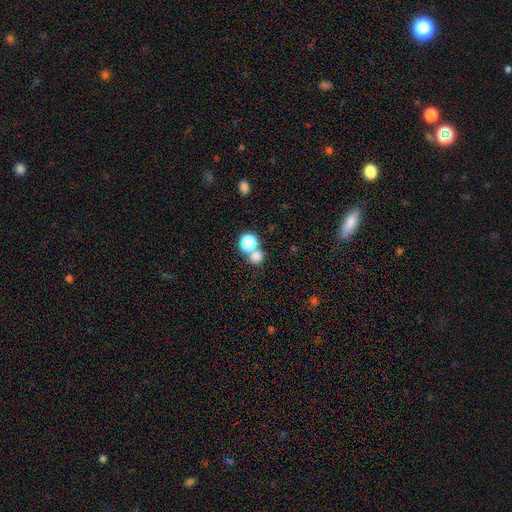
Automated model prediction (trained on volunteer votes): The model was most divided on "merging": none: 53%, merger: 37%, minor disturbance: 6%, major disturbance: 3%. More confident: how rounded — round (81%); smooth or featured — smooth (74%).